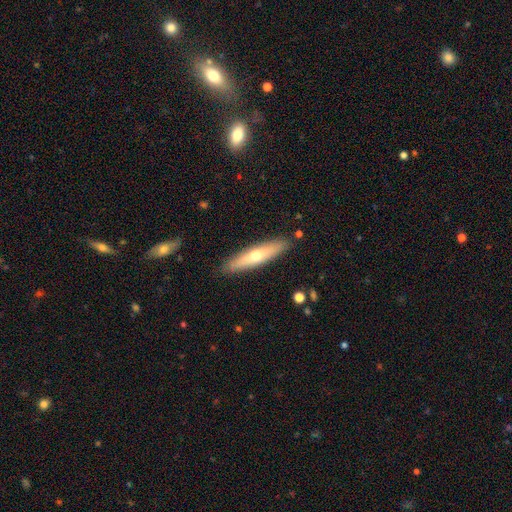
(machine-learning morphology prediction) A smooth galaxy with no disk features (53%) that is cigar-shaped (82%). Merging: none (89%).